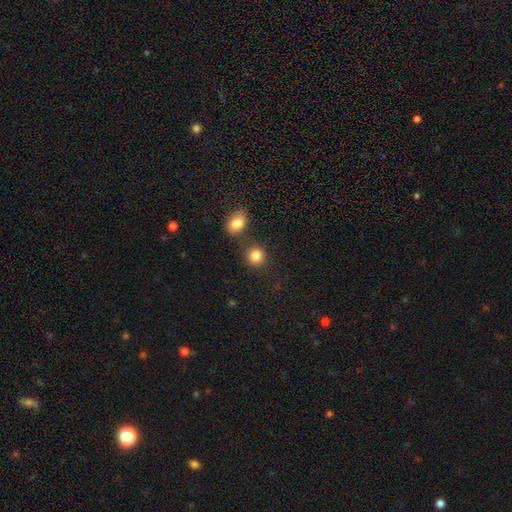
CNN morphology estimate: Overall: smooth (85%). How rounded: round (81%). Merging: none (76%).